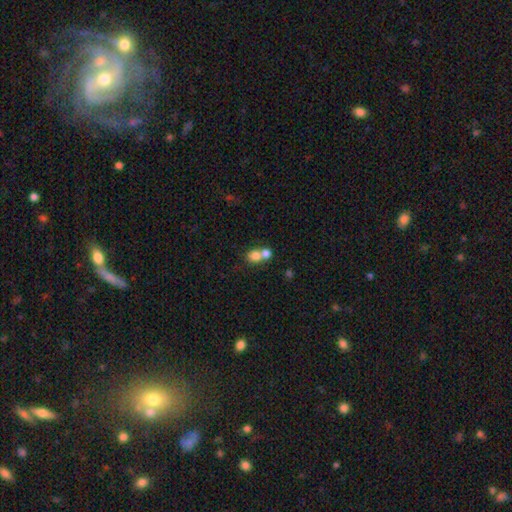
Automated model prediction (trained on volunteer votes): A smooth galaxy with no disk features (77%) that is round (73%).

Vote fractions:
- Smooth or featured? smooth: 77% / featured or disk: 12% / star or artifact: 11%
- How rounded? round: 73% / in between: 25% / cigar-shaped: 1%
- Merging? merger: 60% / none: 32% / minor disturbance: 5% / major disturbance: 3%